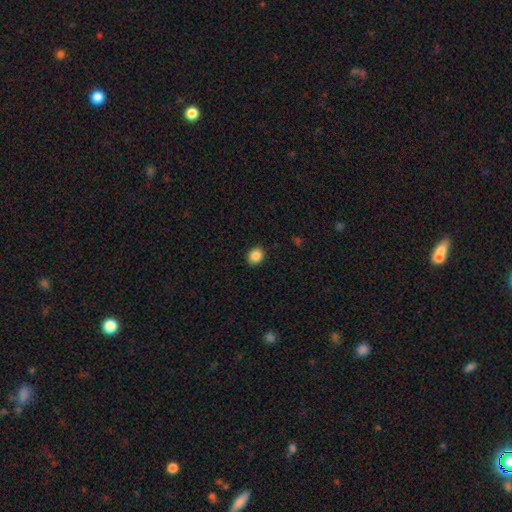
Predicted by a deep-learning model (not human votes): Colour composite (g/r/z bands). It shows a smooth galaxy with no disk features (86%) that is round (65%). Merging: none (91%).